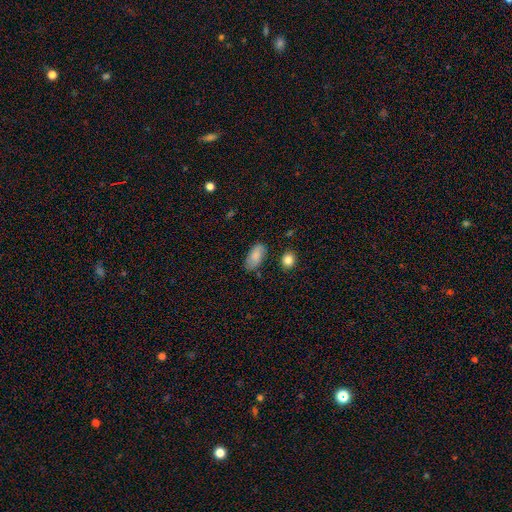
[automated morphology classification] smooth 84%, featured or disk 9%, star or artifact 7%. Down the decision tree: how rounded — in between (93%); merging — none (77%).